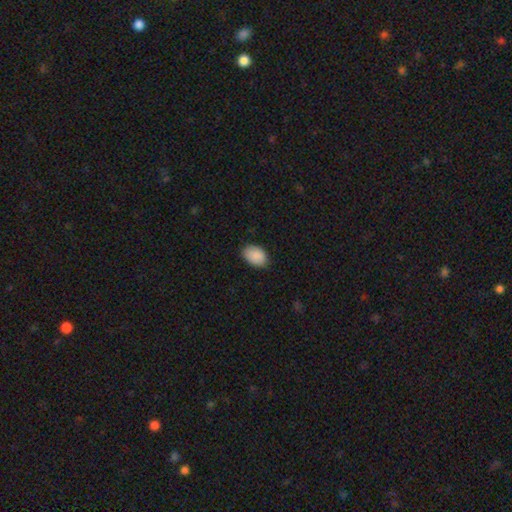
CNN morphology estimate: smooth 90%, star or artifact 7%, featured or disk 3%. Down the decision tree: how rounded — in between (84%); merging — none (83%).